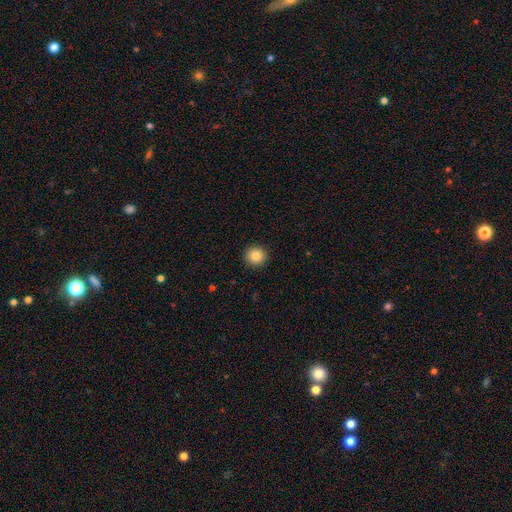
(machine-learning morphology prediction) Smooth or featured: smooth — 85% (star or artifact — 10%)
How rounded: round — 95% (in between — 4%)
Merging: none — 93% (minor disturbance — 5%)